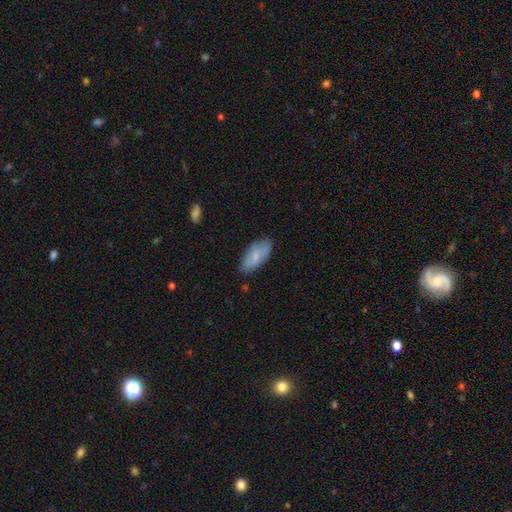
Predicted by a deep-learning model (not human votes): smooth 72%, featured or disk 22%, star or artifact 6%. Down the decision tree: how rounded — in between (87%); merging — none (77%).